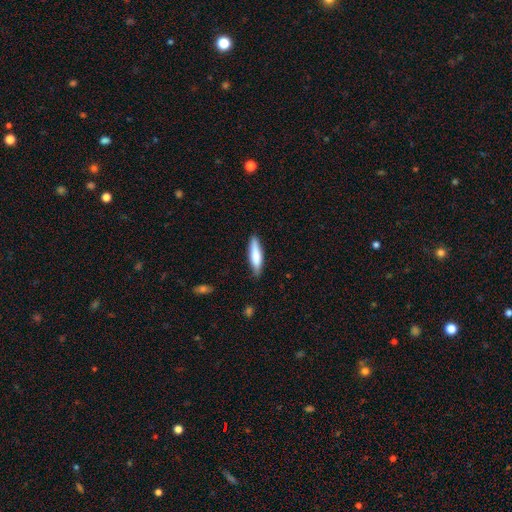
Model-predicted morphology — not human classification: smooth 74%, featured or disk 20%, star or artifact 5%. Down the decision tree: how rounded — cigar-shaped (74%); merging — none (82%).